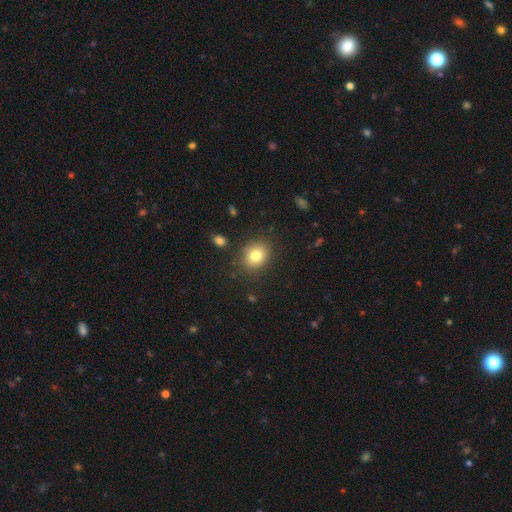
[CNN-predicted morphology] This is likely a smooth galaxy (80%). How rounded: likely round (60%). Merging: clearly none (84%).